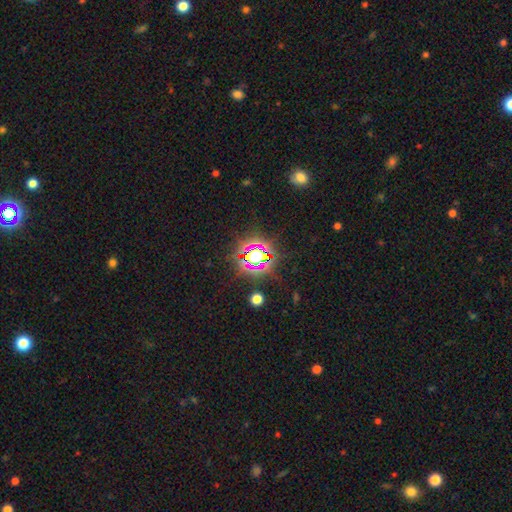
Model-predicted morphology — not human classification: Smooth or featured? star or artifact (68%)